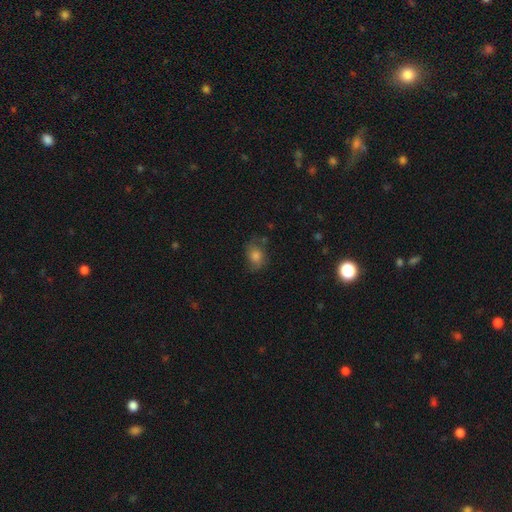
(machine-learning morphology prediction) Smooth or featured?
  - smooth: 65% *
  - featured or disk: 19%
  - star or artifact: 16%
How rounded?
  - in between: 54% *
  - round: 45%
  - cigar-shaped: 1%
Merging?
  - none: 66% *
  - minor disturbance: 23%
  - major disturbance: 9%
  - merger: 2%